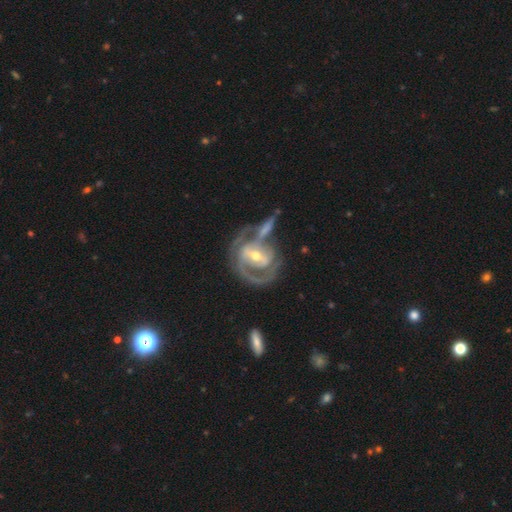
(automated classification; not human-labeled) A featured or disk galaxy (86%) with a weak bar (39%), 2 (57%) tight (53%) spiral arms (88%) and a moderate central bulge (53%). Merging: none (41%).